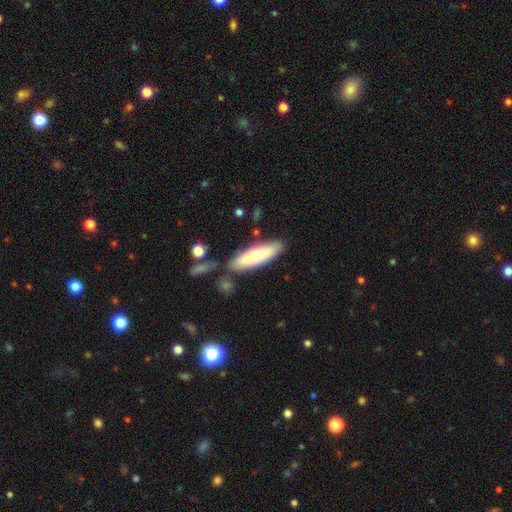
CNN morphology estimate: Smooth or featured?
  - smooth: 71% *
  - featured or disk: 24%
  - star or artifact: 5%
How rounded?
  - cigar-shaped: 54% *
  - in between: 44%
  - round: 2%
Merging?
  - none: 79% *
  - minor disturbance: 12%
  - merger: 7%
  - major disturbance: 3%